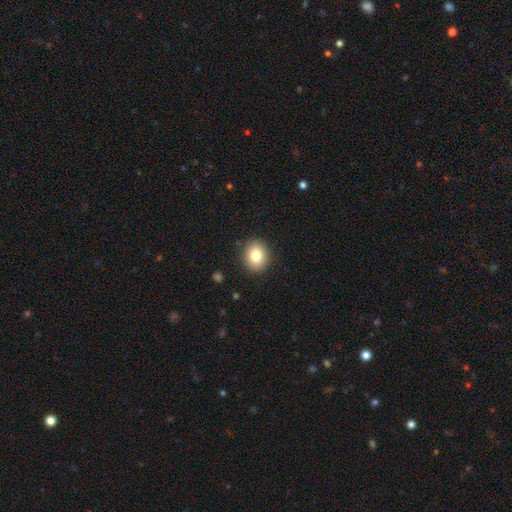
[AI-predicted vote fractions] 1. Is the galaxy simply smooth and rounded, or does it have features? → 82% smooth, 9% star or artifact, 9% featured or disk.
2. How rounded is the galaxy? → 56% round, 43% in between, 1% cigar-shaped.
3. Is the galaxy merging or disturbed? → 89% none, 8% minor disturbance, 2% major disturbance, 1% merger.